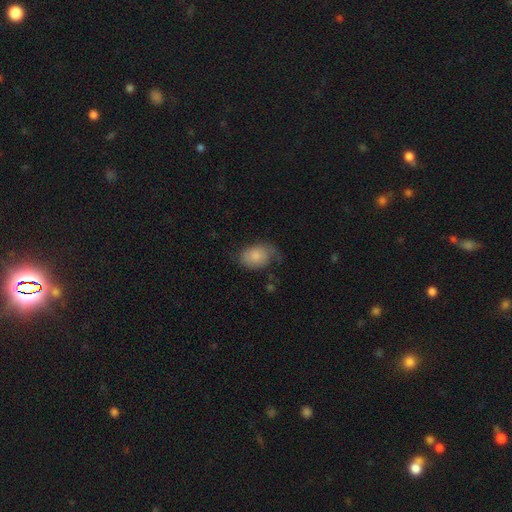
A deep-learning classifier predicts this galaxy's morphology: Overall: smooth (64%; featured or disk 29%). How rounded: in between (75%). Merging: none (47%; minor disturbance 32%).